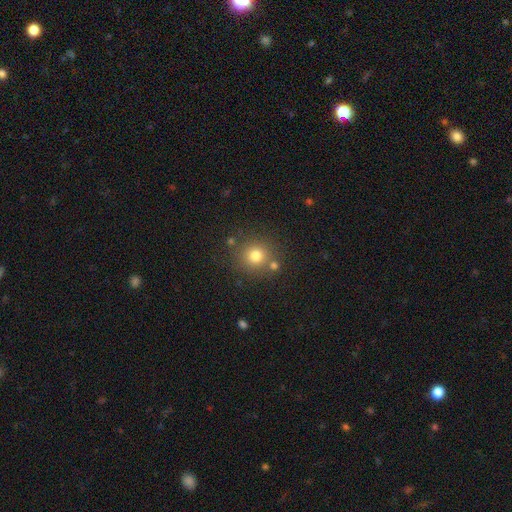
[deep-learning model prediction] Morphology: type=smooth (77%); roundness=round (91%); merging=none (78%).